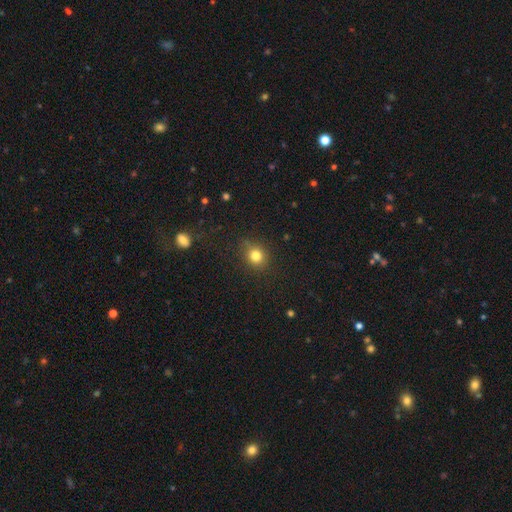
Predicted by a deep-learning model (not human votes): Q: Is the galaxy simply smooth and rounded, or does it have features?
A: smooth — 81%.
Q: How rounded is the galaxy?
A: round — 78%.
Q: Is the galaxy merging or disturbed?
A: none — 84%.